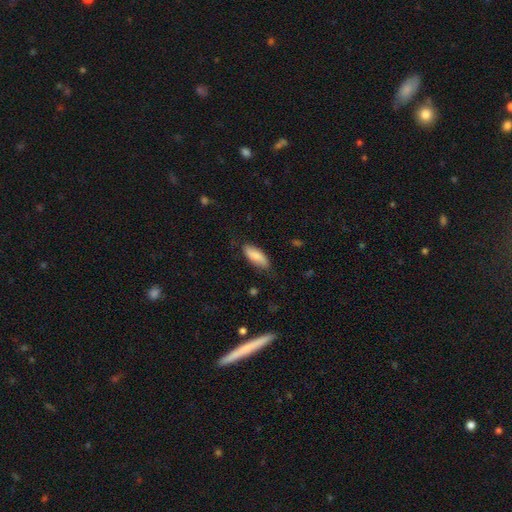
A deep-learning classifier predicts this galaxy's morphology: Q: Smooth or featured?
A: smooth (81%); runner-up: featured or disk (13%)
Q: How rounded?
A: in between (78%); runner-up: cigar-shaped (20%)
Q: Merging?
A: none (73%); runner-up: minor disturbance (21%)